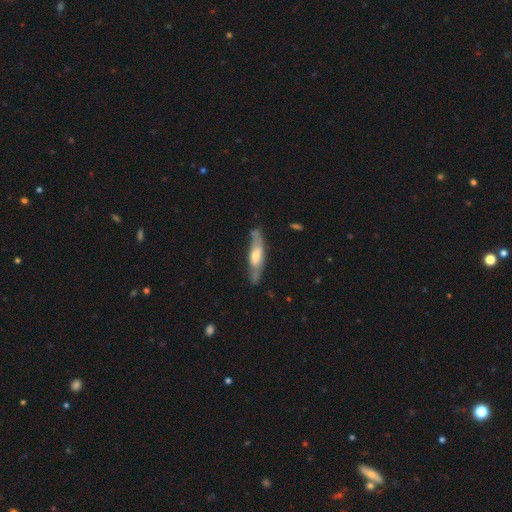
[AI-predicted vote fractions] smooth-or-featured: featured or disk: 56% | smooth: 38% | star or artifact: 6%
  disk-edge-on: yes: 63% | no: 37%
  merging: none: 70% | minor disturbance: 21% | major disturbance: 6% | merger: 3%